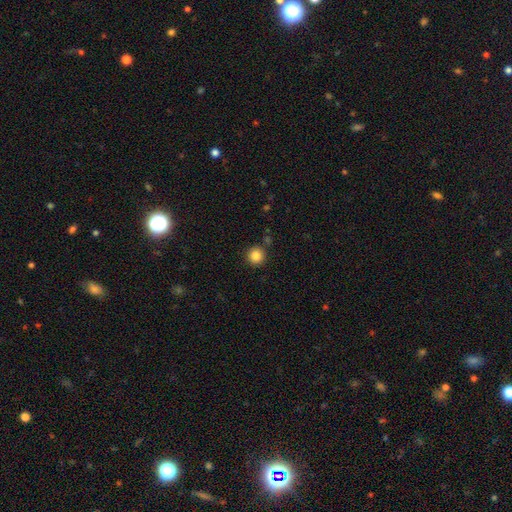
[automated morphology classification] smooth 85%, star or artifact 11%, featured or disk 4%. Down the decision tree: how rounded — round (95%); merging — none (89%).